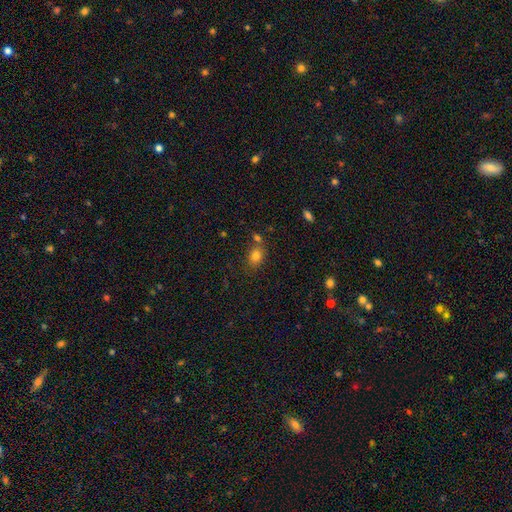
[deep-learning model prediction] The model was most divided on "how rounded": in between: 58%, round: 40%, cigar-shaped: 1%. More confident: smooth or featured — smooth (80%); merging — none (66%).